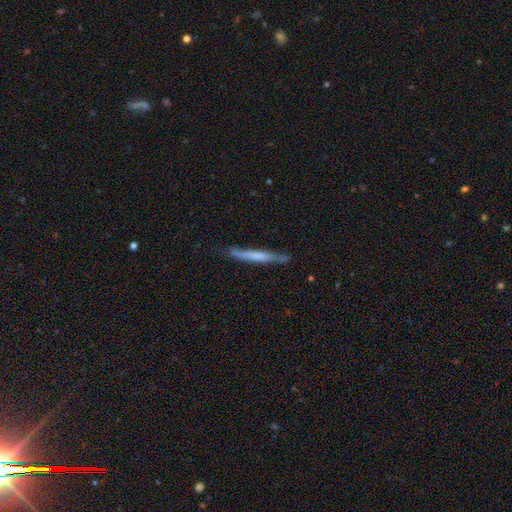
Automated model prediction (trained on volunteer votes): Overall: smooth (49%; featured or disk 46%). Merging: none (72%).